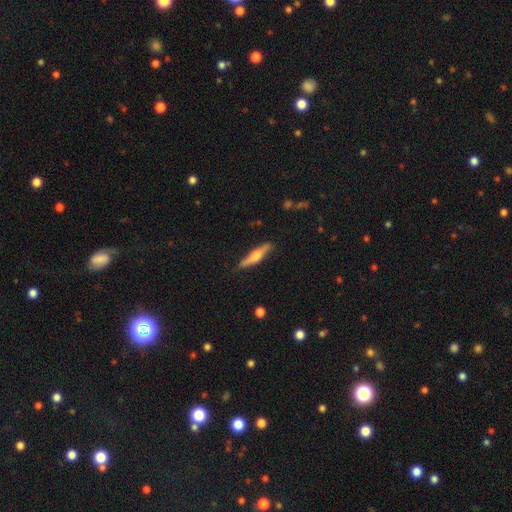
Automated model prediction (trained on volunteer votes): featured or disk 54%, smooth 40%, star or artifact 5%. Down the decision tree: edge-on disk — yes (94%); edge-on bulge — rounded (91%); merging — none (84%).